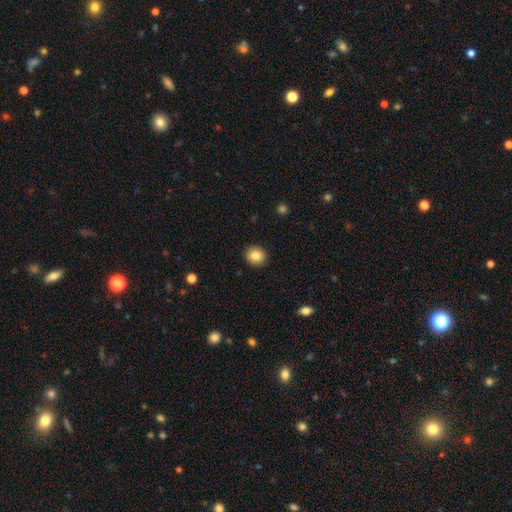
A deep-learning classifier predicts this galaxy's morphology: The model was most divided on "how rounded": round: 86%, in between: 14%, cigar-shaped: 1%. More confident: merging — none (92%); smooth or featured — smooth (84%).